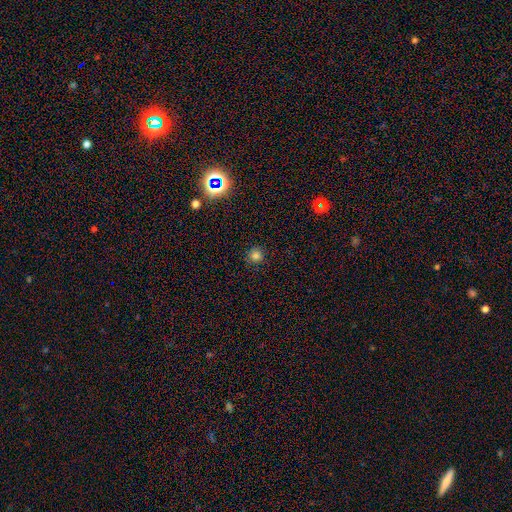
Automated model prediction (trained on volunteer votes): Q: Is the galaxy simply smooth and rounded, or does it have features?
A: smooth — 77%.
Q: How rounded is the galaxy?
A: round — 94%.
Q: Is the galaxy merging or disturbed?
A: none — 89%.